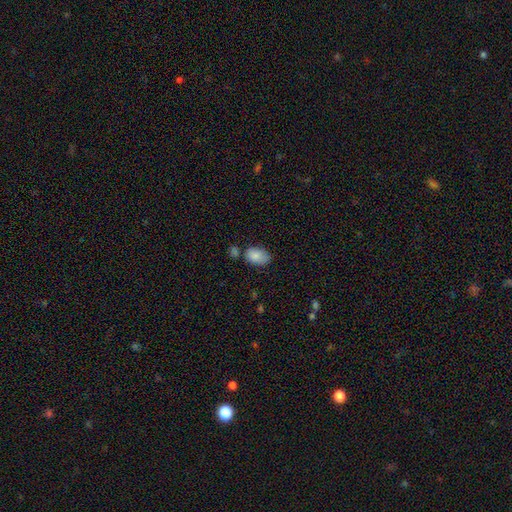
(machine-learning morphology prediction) This appears to be a smooth galaxy with no disk features (85%) that is in between round and cigar-shaped (88%). Merging: none (58%).